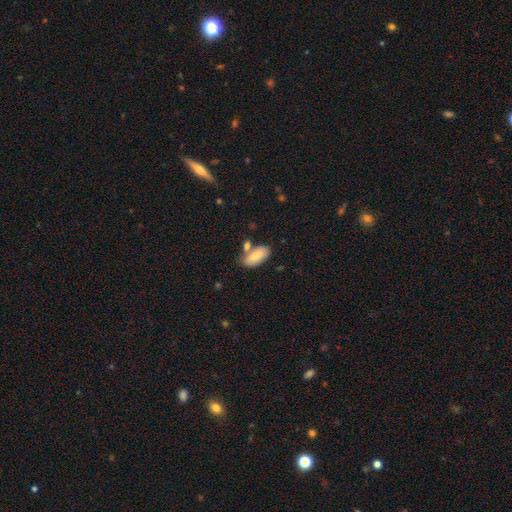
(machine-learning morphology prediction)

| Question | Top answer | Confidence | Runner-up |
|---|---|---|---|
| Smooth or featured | smooth | 79% | featured or disk (15%) |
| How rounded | in between | 90% | cigar-shaped (7%) |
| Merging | none | 64% | merger (19%) |